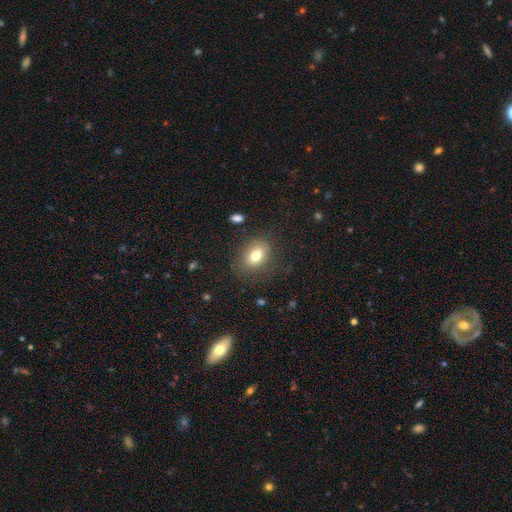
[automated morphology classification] Q: Smooth or featured?
A: smooth (77%); runner-up: featured or disk (13%)
Q: How rounded?
A: in between (73%); runner-up: round (26%)
Q: Merging?
A: none (80%); runner-up: minor disturbance (13%)